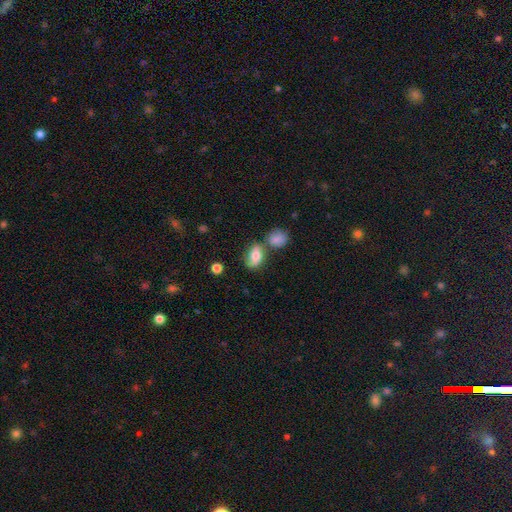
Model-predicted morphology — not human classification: A smooth galaxy with no disk features (75%) that is in between round and cigar-shaped (84%). Merging: none (54%).